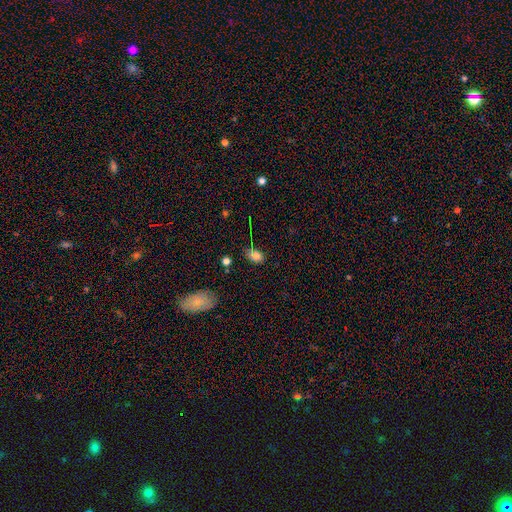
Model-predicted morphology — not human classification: The model was most divided on "merging": none: 66%, minor disturbance: 23%, major disturbance: 6%, merger: 5%. More confident: how rounded — in between (80%); smooth or featured — smooth (79%).